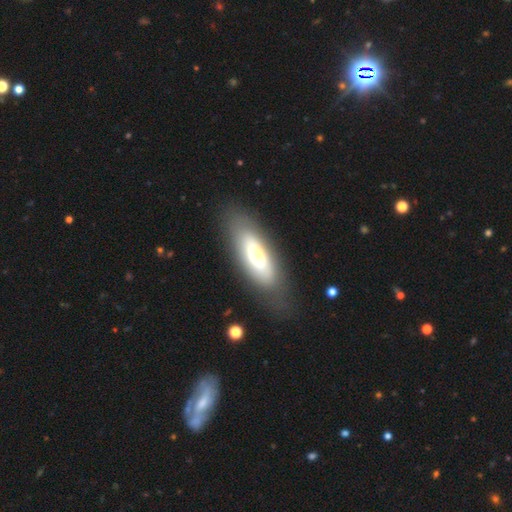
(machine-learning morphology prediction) smooth_or_featured: smooth (p=0.60) [alt: featured or disk p=0.33]
how_rounded: in between (p=0.67) [alt: cigar-shaped p=0.31]
merging: none (p=0.79) [alt: minor disturbance p=0.13]